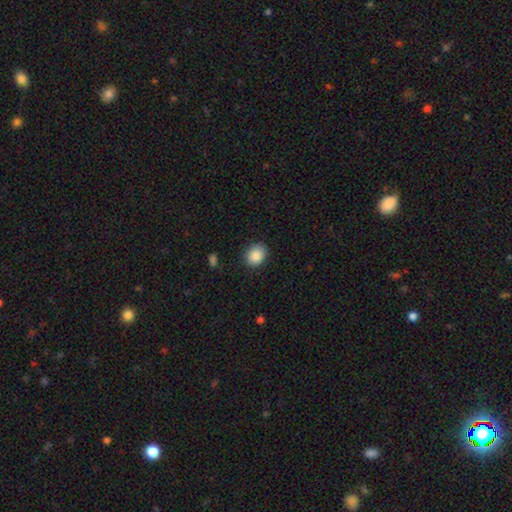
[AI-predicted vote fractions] Q: Smooth or featured?
A: smooth (88%); runner-up: star or artifact (8%)
Q: How rounded?
A: in between (51%); runner-up: round (48%)
Q: Merging?
A: none (86%); runner-up: minor disturbance (10%)